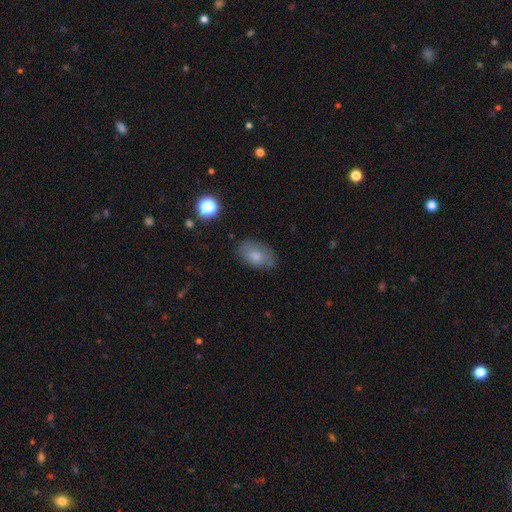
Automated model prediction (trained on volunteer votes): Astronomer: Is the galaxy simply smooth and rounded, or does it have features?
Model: smooth — 74%.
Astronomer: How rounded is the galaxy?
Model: in between — 90%.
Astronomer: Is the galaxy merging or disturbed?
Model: none — 70%.